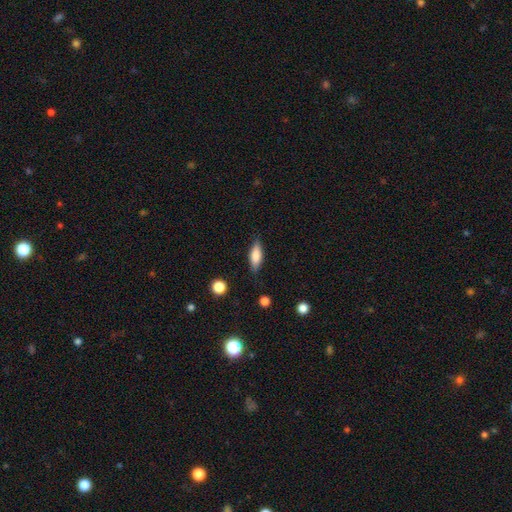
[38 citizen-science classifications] This appears to be a smooth galaxy with no disk features (74%) that is in between round and cigar-shaped (57%). Merging: none (91%).